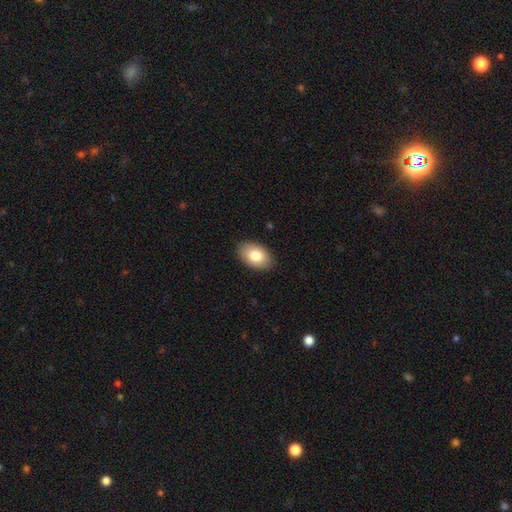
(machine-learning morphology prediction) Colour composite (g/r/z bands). It shows a smooth galaxy with no disk features (82%) that is in between round and cigar-shaped (90%). Merging: none (88%).